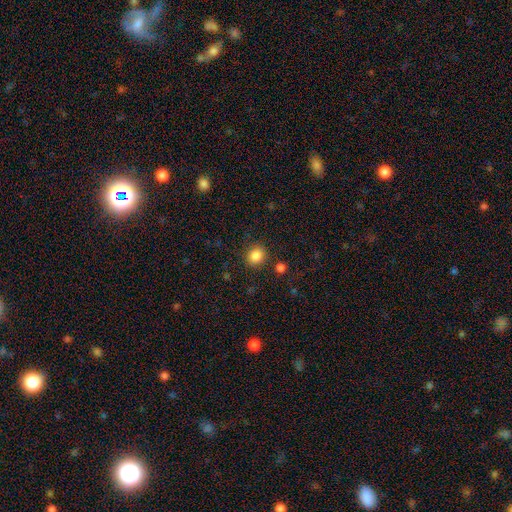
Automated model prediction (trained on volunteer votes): Morphology: type=smooth (86%); roundness=round (77%); merging=none (86%).